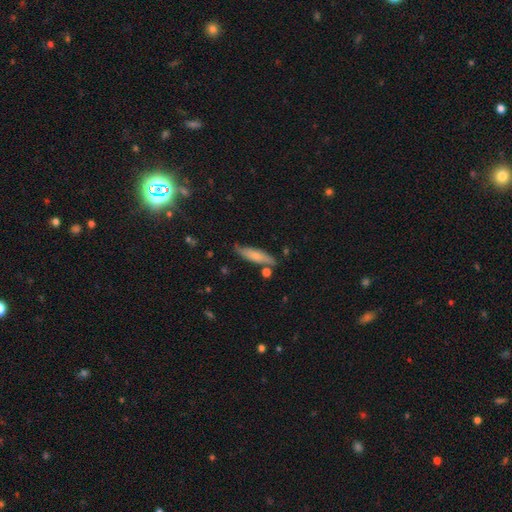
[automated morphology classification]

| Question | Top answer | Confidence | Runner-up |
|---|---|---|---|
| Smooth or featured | smooth | 63% | featured or disk (31%) |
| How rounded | cigar-shaped | 76% | in between (22%) |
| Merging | none | 75% | minor disturbance (17%) |